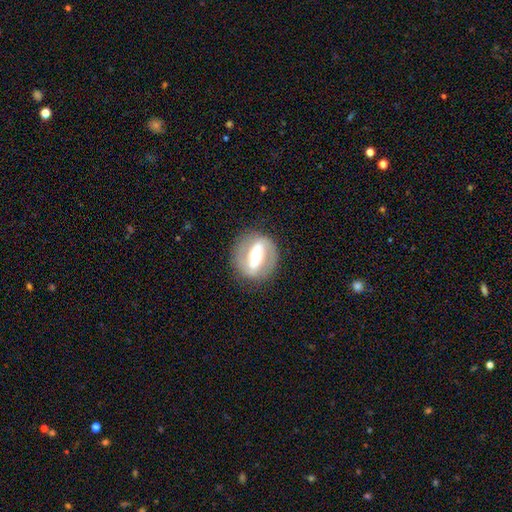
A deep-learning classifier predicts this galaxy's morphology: This is likely a featured or disk galaxy (75%). It is clearly not viewed edge-on (87%). Bar: likely strong (69%). Spiral arm pattern: possibly yes (56%). Central bulge: likely moderate (68%). Merging: clearly none (83%).